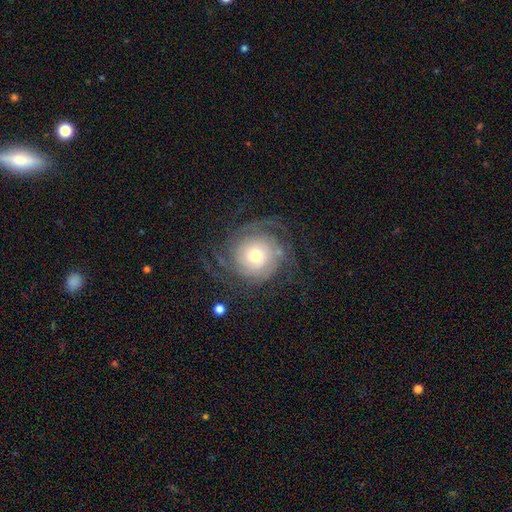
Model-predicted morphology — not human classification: Smooth or featured? featured or disk (78%)
Edge-on disk? no (97%)
Bar? no (80%)
Spiral arms? yes (93%)
Spiral winding? tight (62%)
Spiral arm count? can't tell (30%)
Bulge size? moderate (53%)
Merging? none (69%)